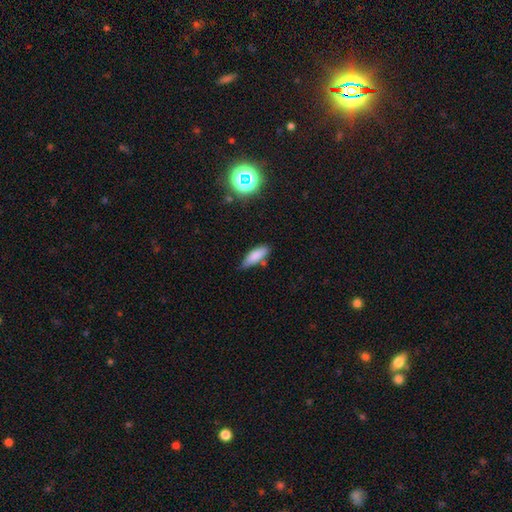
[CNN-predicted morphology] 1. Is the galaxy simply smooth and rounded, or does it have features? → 81% smooth, 10% featured or disk, 9% star or artifact.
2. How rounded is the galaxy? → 59% in between, 39% cigar-shaped, 2% round.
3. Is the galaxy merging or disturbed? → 64% none, 25% minor disturbance, 6% merger, 4% major disturbance.